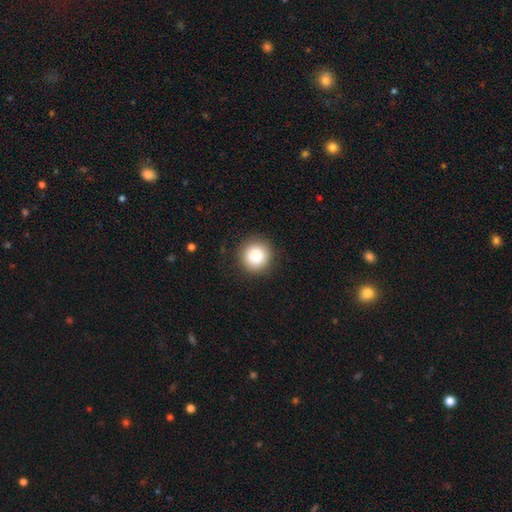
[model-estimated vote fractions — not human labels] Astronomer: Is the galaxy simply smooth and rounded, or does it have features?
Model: smooth — 86%.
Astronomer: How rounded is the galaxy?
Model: round — 95%.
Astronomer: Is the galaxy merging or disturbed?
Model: none — 90%.